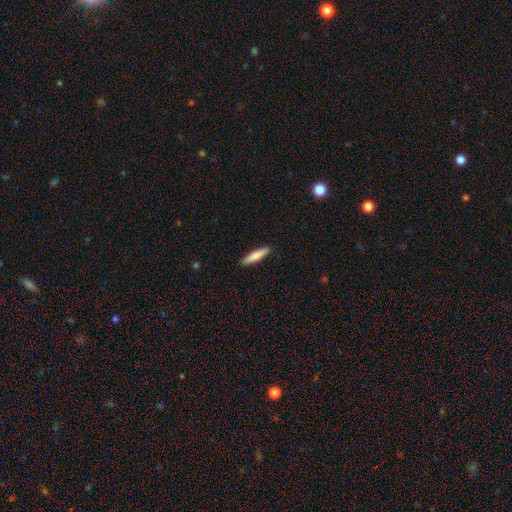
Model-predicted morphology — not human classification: Smooth or featured?
  - smooth: 78% *
  - featured or disk: 16%
  - star or artifact: 5%
How rounded?
  - cigar-shaped: 87% *
  - in between: 12%
  - round: 1%
Merging?
  - none: 91% *
  - minor disturbance: 7%
  - major disturbance: 1%
  - merger: 1%